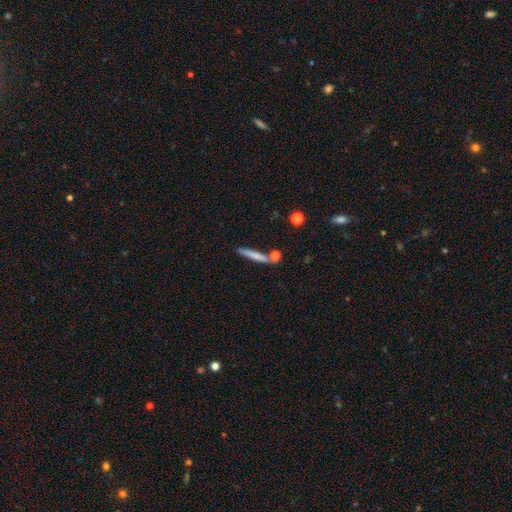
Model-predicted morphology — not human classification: A smooth galaxy with no disk features (68%) that is cigar-shaped (93%).

Vote fractions:
- Smooth or featured? smooth: 68% / featured or disk: 25% / star or artifact: 7%
- How rounded? cigar-shaped: 93% / in between: 5% / round: 3%
- Merging? none: 74% / merger: 12% / minor disturbance: 11% / major disturbance: 3%